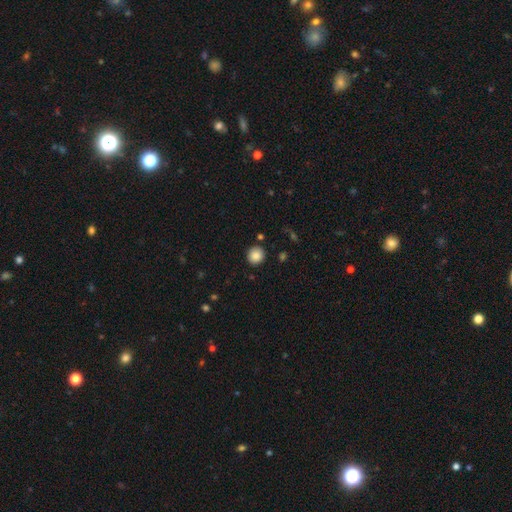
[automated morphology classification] The model was most divided on "smooth or featured": smooth: 86%, star or artifact: 9%, featured or disk: 5%. More confident: how rounded — round (92%); merging — none (90%).